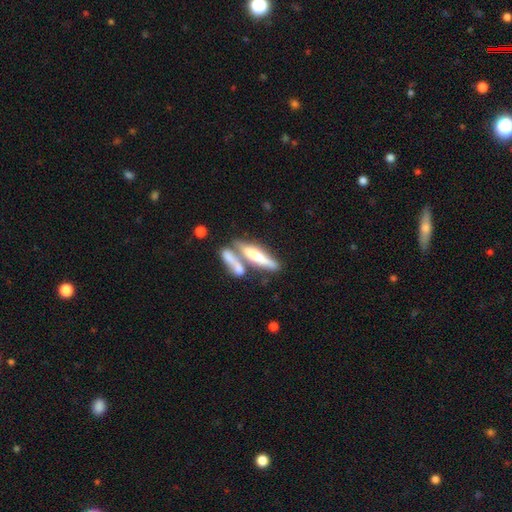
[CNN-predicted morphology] Smooth or featured? Predicted: smooth (p=0.52). How rounded? Predicted: cigar-shaped (p=0.77). Merging? Predicted: merger (p=0.53).